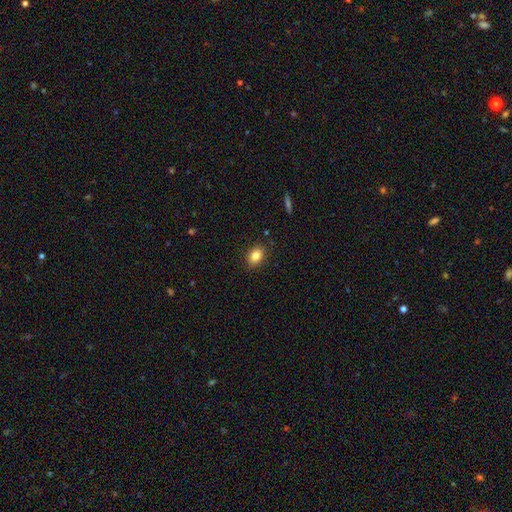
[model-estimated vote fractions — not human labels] Q: Smooth or featured?
A: smooth (84%); runner-up: star or artifact (9%)
Q: How rounded?
A: in between (71%); runner-up: round (27%)
Q: Merging?
A: none (87%); runner-up: minor disturbance (9%)